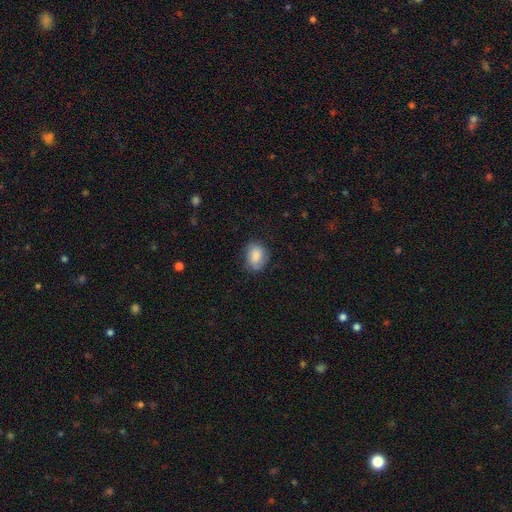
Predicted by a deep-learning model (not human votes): A smooth galaxy with no disk features (83%) that is in between round and cigar-shaped (63%).

Vote fractions:
- Smooth or featured? smooth: 83% / featured or disk: 9% / star or artifact: 7%
- How rounded? in between: 63% / round: 35% / cigar-shaped: 1%
- Merging? none: 74% / minor disturbance: 20% / major disturbance: 5% / merger: 1%